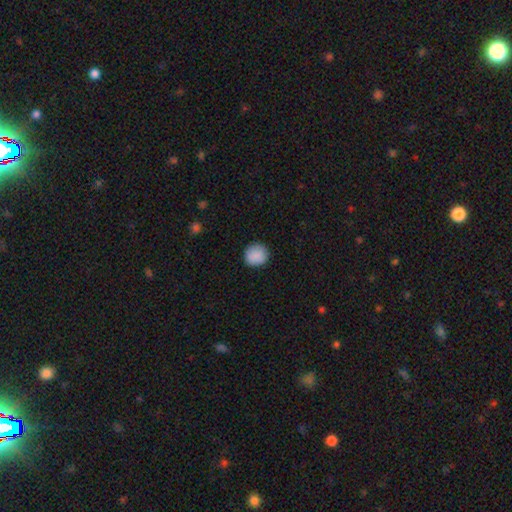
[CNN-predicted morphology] A smooth galaxy with no disk features (89%) that is round (90%).

Vote fractions:
- Smooth or featured? smooth: 89% / star or artifact: 7% / featured or disk: 4%
- How rounded? round: 90% / in between: 9% / cigar-shaped: 1%
- Merging? none: 88% / minor disturbance: 9% / major disturbance: 2% / merger: 1%